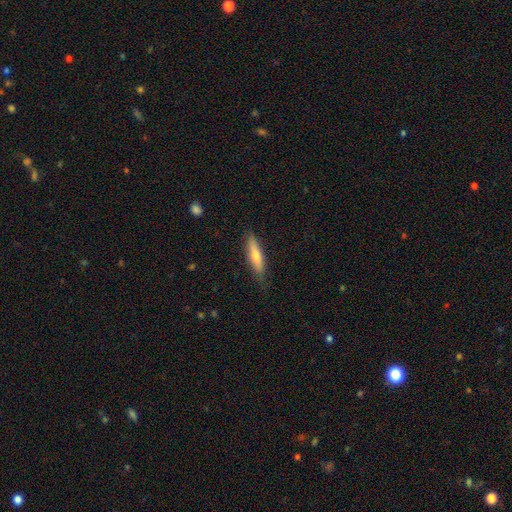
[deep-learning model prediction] A smooth galaxy with no disk features (60%) that is cigar-shaped (75%).

Vote fractions:
- Smooth or featured? smooth: 60% / featured or disk: 34% / star or artifact: 6%
- How rounded? cigar-shaped: 75% / in between: 23% / round: 2%
- Merging? none: 82% / minor disturbance: 14% / major disturbance: 3% / merger: 1%